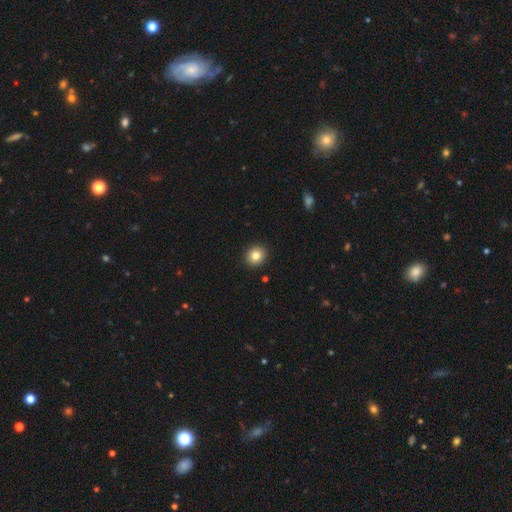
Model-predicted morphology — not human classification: Smooth or featured: smooth — 83% (star or artifact — 10%)
How rounded: round — 85% (in between — 14%)
Merging: none — 92% (minor disturbance — 5%)